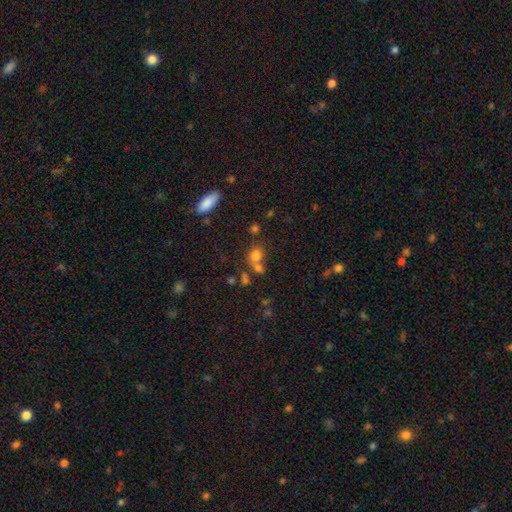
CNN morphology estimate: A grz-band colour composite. It shows a smooth galaxy with no disk features (74%) that is round (62%). Merging: none (46%).